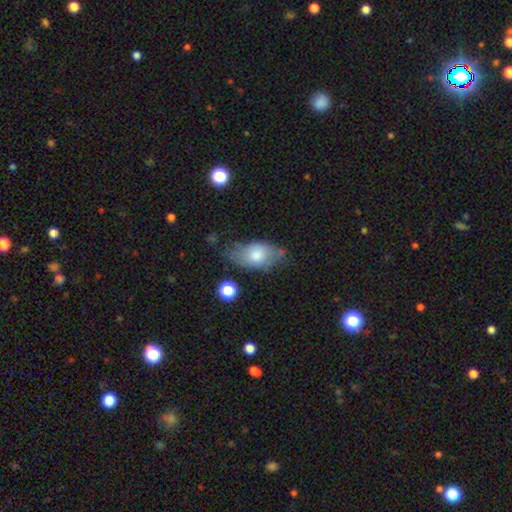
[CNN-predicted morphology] Q: Smooth or featured?
A: smooth (65%); runner-up: featured or disk (26%)
Q: How rounded?
A: in between (88%); runner-up: cigar-shaped (6%)
Q: Merging?
A: none (65%); runner-up: minor disturbance (25%)